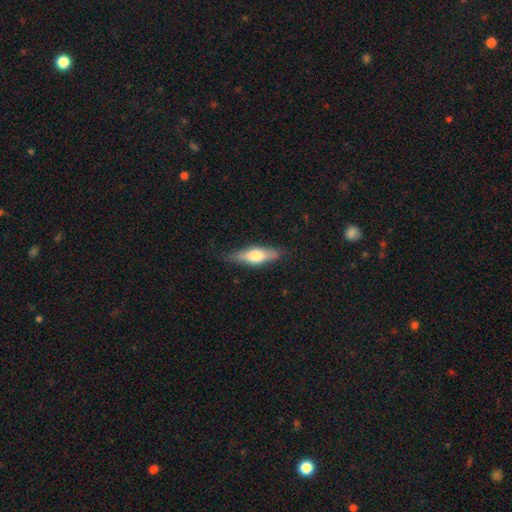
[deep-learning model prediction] Smooth or featured: smooth — 56% (featured or disk — 38%)
How rounded: in between — 55% (cigar-shaped — 42%)
Merging: none — 77% (minor disturbance — 18%)